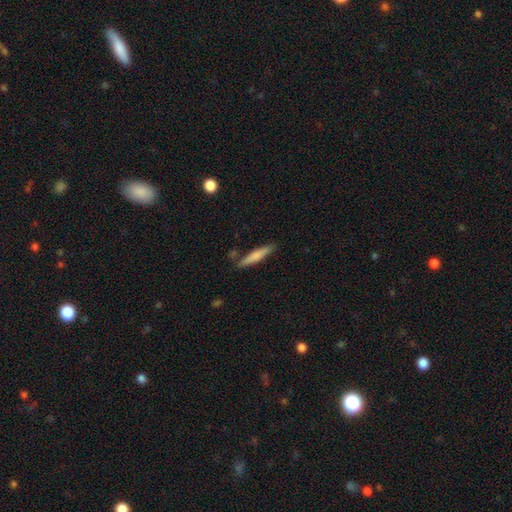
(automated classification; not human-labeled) This appears to be a smooth galaxy with no disk features (68%) that is cigar-shaped (90%). Merging: none (83%).